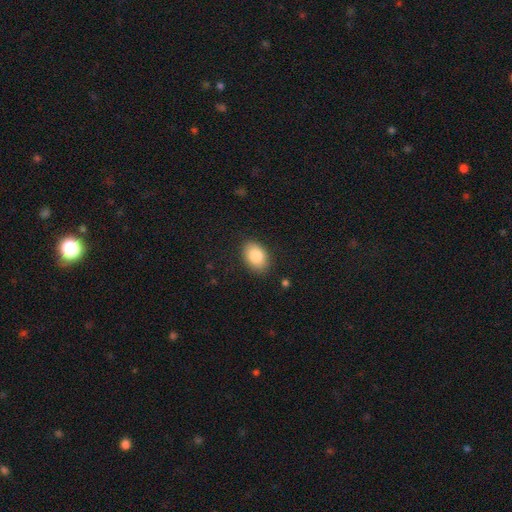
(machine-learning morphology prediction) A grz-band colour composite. It shows a smooth galaxy with no disk features (85%) that is in between round and cigar-shaped (82%). Merging: none (87%).